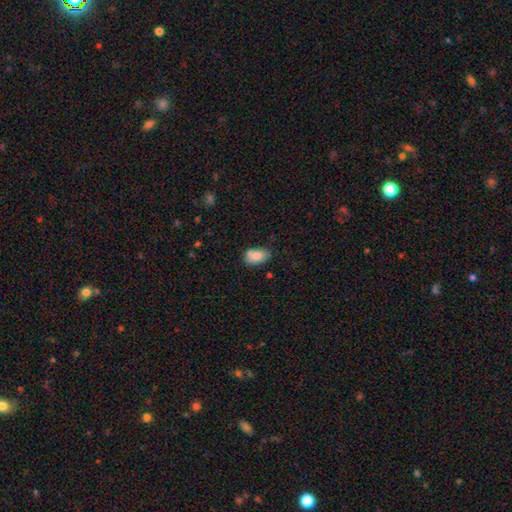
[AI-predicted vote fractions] This appears to be a smooth galaxy with no disk features (80%) that is in between round and cigar-shaped (88%). Merging: none (55%).